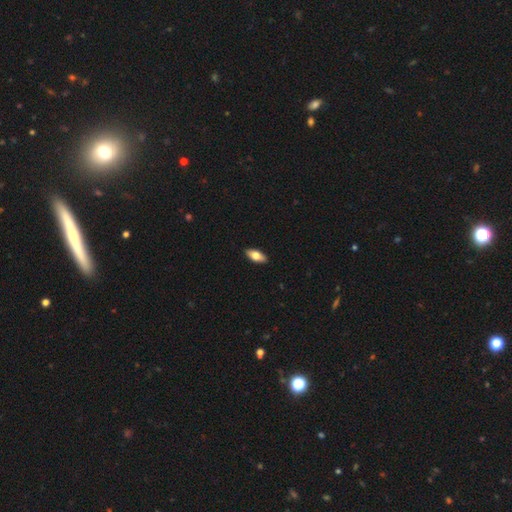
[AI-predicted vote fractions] Smooth or featured? Predicted: smooth (p=0.67). How rounded? Predicted: in between (p=0.84). Merging? Predicted: none (p=0.90).